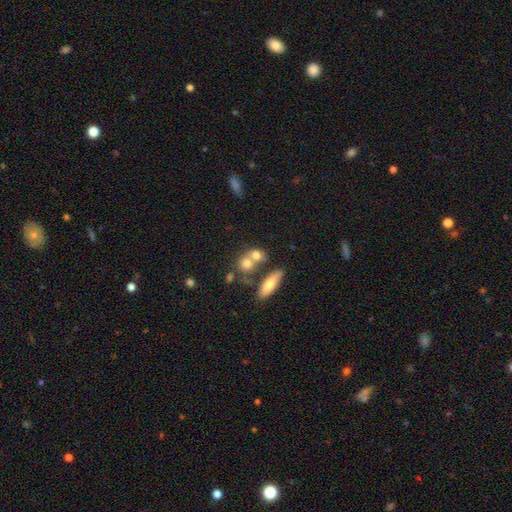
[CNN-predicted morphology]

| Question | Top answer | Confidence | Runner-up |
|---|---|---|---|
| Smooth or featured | smooth | 70% | featured or disk (20%) |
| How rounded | round | 54% | in between (40%) |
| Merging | merger | 53% | none (34%) |